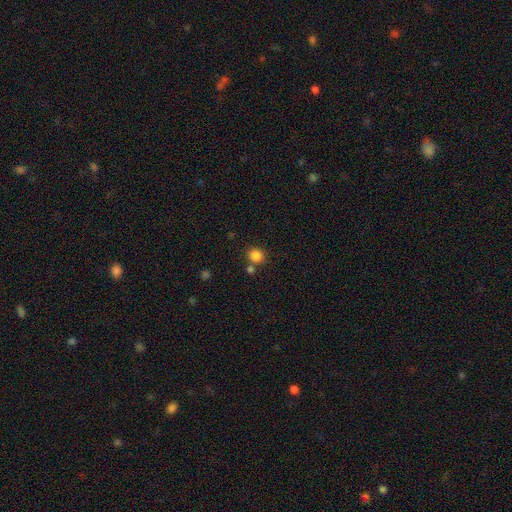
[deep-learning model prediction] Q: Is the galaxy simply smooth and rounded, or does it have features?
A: smooth — 85%.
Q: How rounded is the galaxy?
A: round — 81%.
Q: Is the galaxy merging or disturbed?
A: none — 72%.